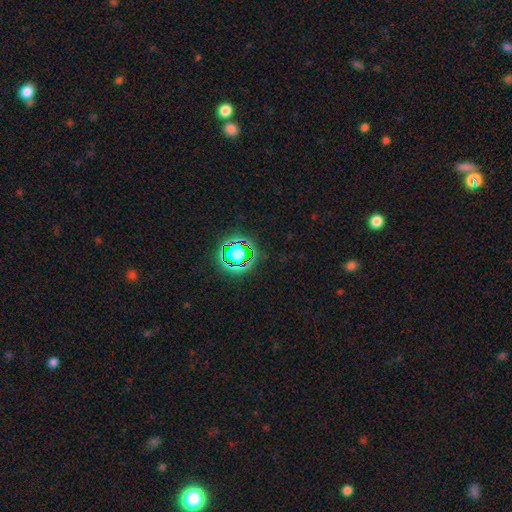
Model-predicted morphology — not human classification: Smooth or featured? Predicted: star or artifact (p=0.76).